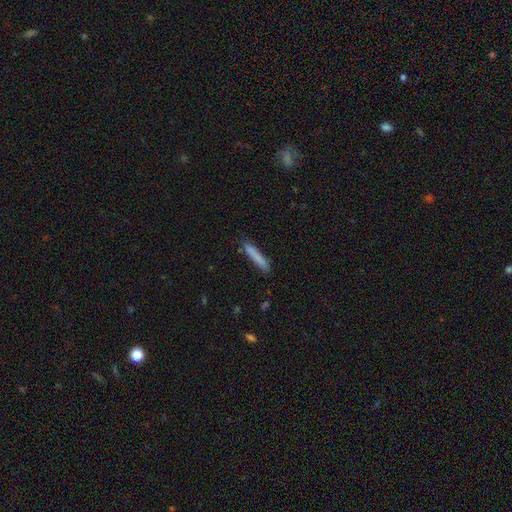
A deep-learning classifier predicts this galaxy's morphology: This appears to be a smooth galaxy with no disk features (80%) that is cigar-shaped (94%). Merging: none (86%).